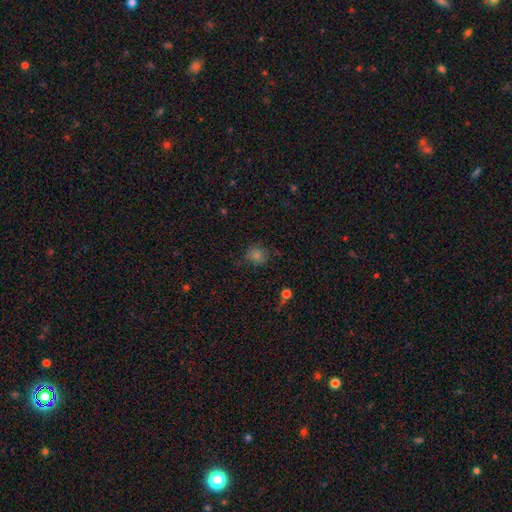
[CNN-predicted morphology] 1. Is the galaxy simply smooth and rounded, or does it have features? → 67% smooth, 22% star or artifact, 11% featured or disk.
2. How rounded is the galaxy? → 74% round, 25% in between, 1% cigar-shaped.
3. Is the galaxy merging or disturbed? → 70% none, 20% minor disturbance, 8% major disturbance, 2% merger.